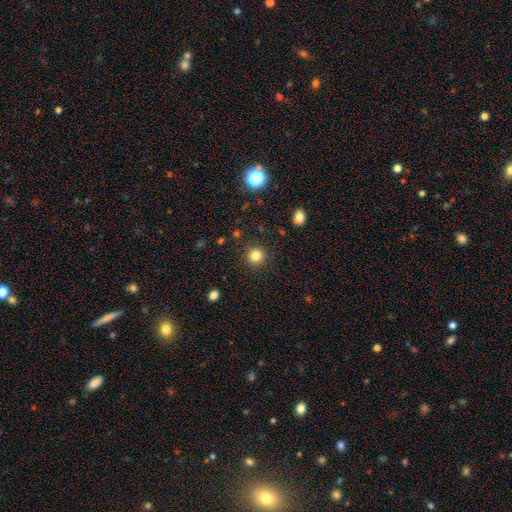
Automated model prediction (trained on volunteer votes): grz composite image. It shows a smooth galaxy with no disk features (82%) that is round (94%). Merging: none (91%).